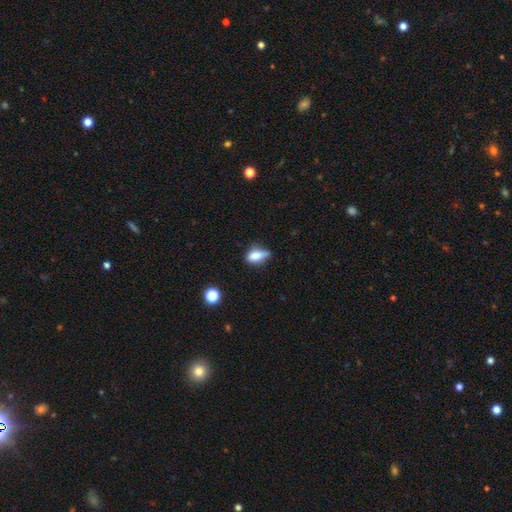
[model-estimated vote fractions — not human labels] Morphology: type=smooth (76%); roundness=in between (79%); merging=none (44%).